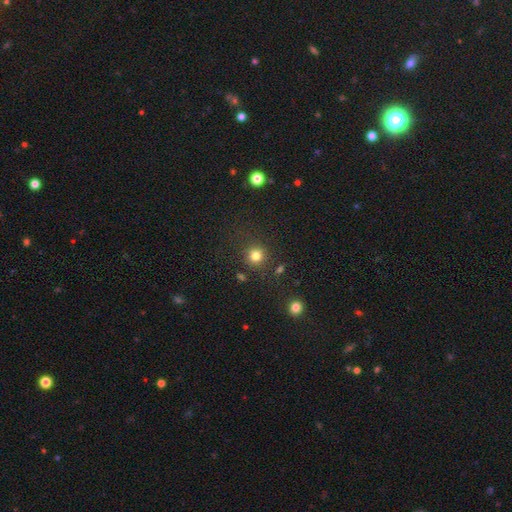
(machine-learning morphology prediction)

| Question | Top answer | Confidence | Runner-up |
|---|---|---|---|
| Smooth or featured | smooth | 81% | star or artifact (14%) |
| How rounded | round | 91% | in between (8%) |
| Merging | none | 84% | minor disturbance (8%) |